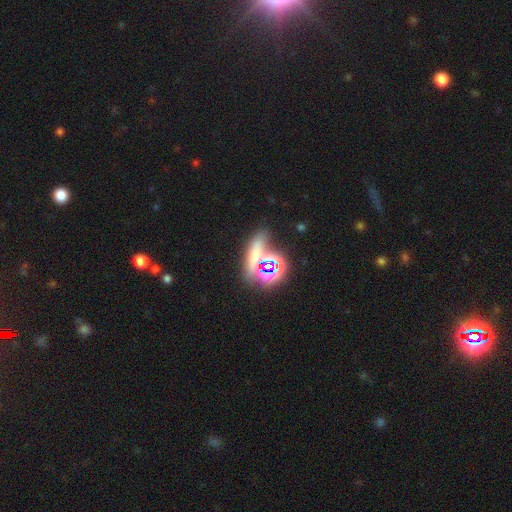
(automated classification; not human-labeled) Morphology: type=smooth (43%, tied with star or artifact); merging=none (57%).